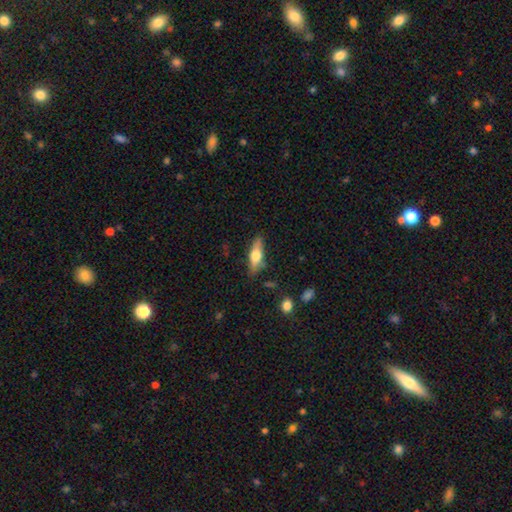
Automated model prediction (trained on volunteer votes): This is possibly a smooth galaxy (55%). How rounded: possibly in between (50%). Merging: clearly none (81%).